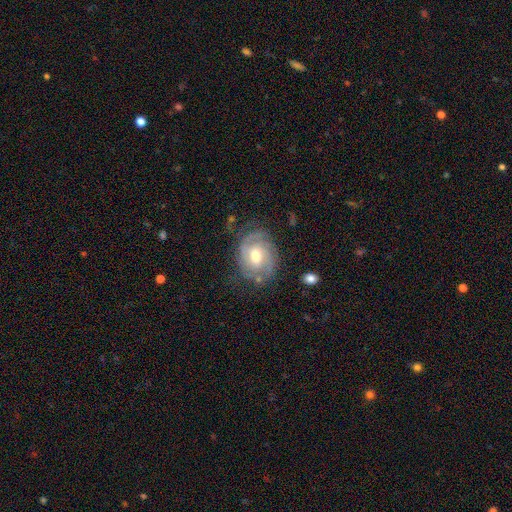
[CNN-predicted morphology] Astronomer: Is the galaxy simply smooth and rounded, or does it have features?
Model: featured or disk — 76%.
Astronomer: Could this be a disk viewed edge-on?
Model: no — 97%.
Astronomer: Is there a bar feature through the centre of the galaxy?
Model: no — 50% (runner-up: weak, 42%).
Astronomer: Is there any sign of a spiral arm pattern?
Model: yes — 91%.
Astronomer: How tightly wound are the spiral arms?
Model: tight — 58%.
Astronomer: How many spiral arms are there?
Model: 2 — 38% (runner-up: can't tell, 29%).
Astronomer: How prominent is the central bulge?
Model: moderate — 72%.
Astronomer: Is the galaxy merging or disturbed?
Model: none — 68%.